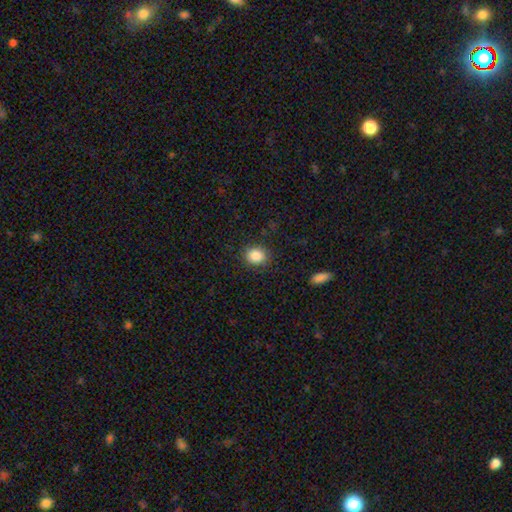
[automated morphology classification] The model was most divided on "how rounded": round: 63%, in between: 36%, cigar-shaped: 1%. More confident: smooth or featured — smooth (86%); merging — none (86%).